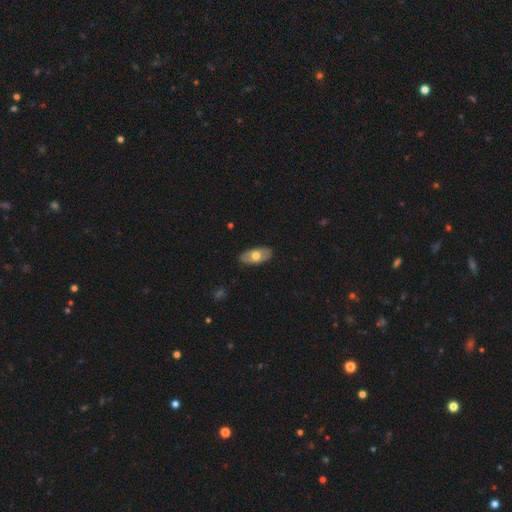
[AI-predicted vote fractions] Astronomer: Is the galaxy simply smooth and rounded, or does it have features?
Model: smooth — 58% (runner-up: featured or disk, 37%).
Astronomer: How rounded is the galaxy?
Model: in between — 91%.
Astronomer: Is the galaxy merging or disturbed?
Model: none — 86%.